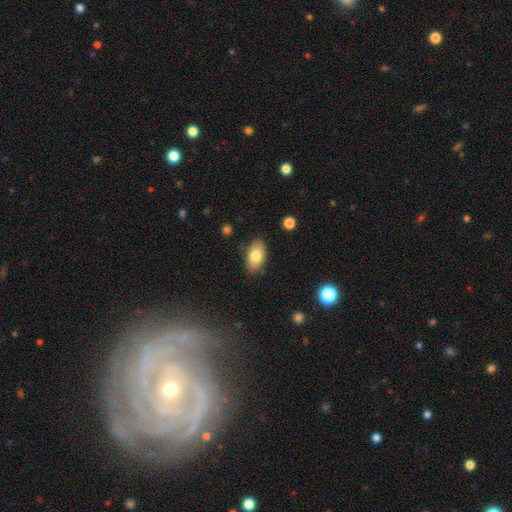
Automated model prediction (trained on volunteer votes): Morphology: type=smooth (80%); roundness=in between (92%); merging=none (83%).